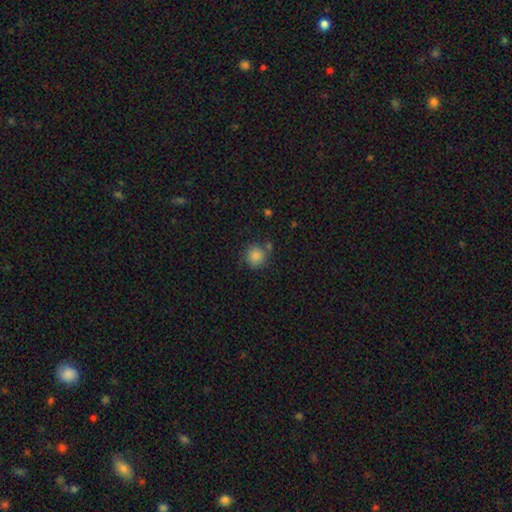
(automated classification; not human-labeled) This is clearly a smooth galaxy (86%). How rounded: clearly round (91%). Merging: likely none (72%).